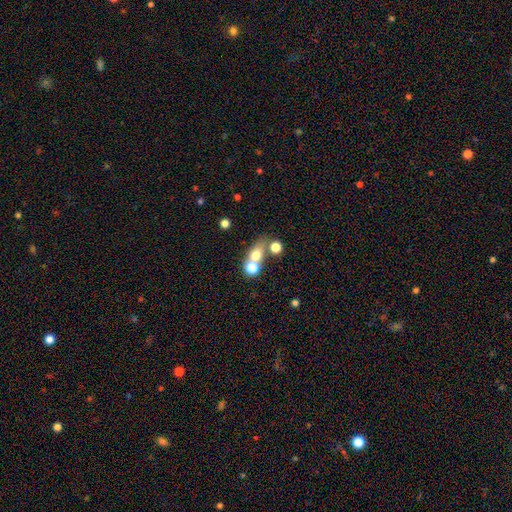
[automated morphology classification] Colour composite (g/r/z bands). It shows a smooth galaxy with no disk features (66%) that is round (50%). Merging: merger (51%).